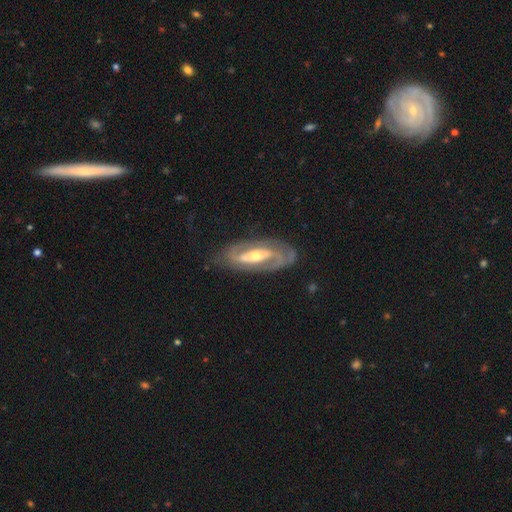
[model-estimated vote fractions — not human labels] Smooth or featured? Predicted: featured or disk (p=0.87). Edge-on disk? Predicted: no (p=0.91). Bar? Predicted: strong (p=0.40). Spiral arms? Predicted: yes (p=0.91). Spiral winding? Predicted: tight (p=0.47). Spiral arm count? Predicted: 2 (p=0.82). Bulge size? Predicted: moderate (p=0.63). Merging? Predicted: none (p=0.77).